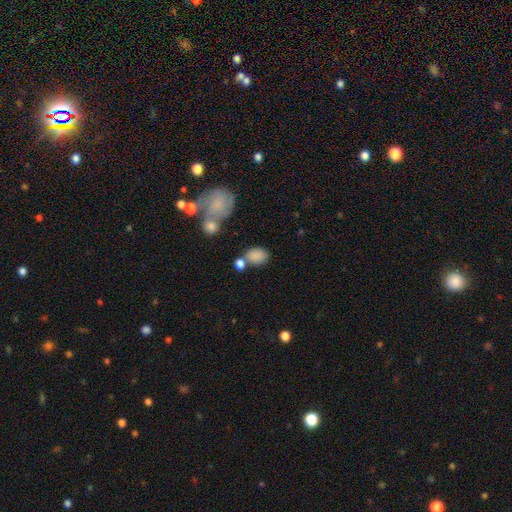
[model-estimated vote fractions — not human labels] smooth_or_featured: smooth (p=0.83) [alt: star or artifact p=0.09]
how_rounded: in between (p=0.76) [alt: round p=0.22]
merging: none (p=0.53) [alt: merger p=0.24]